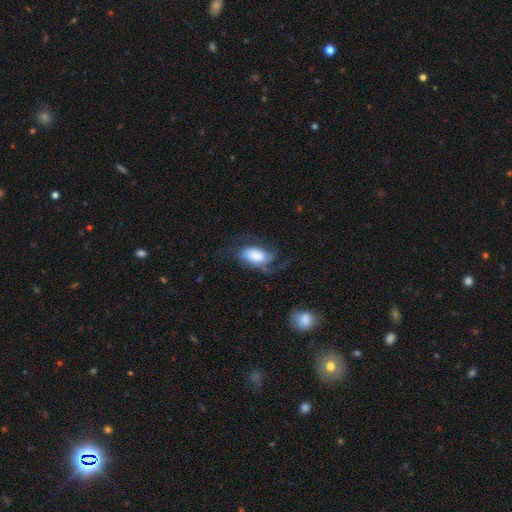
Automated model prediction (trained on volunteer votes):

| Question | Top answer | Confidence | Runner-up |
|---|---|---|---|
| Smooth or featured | featured or disk | 55% | smooth (37%) |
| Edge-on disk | no | 95% | yes (5%) |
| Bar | no | 66% | weak (26%) |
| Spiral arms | yes | 89% | no (11%) |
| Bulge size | large | 46% | dominant (22%) |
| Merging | none | 48% | major disturbance (28%) |